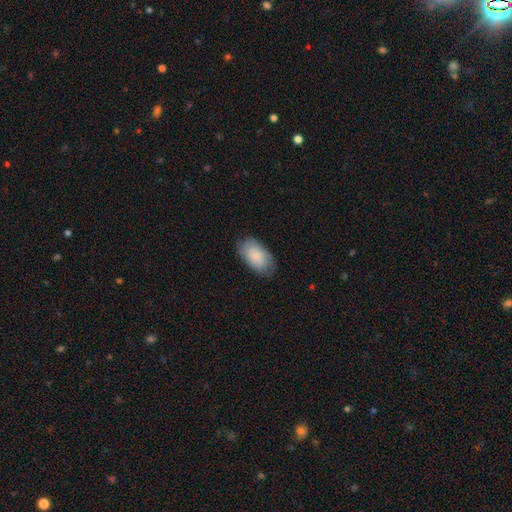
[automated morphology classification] The model was most divided on "merging": none: 76%, minor disturbance: 19%, major disturbance: 4%, merger: 1%. More confident: how rounded — in between (94%); smooth or featured — smooth (82%).